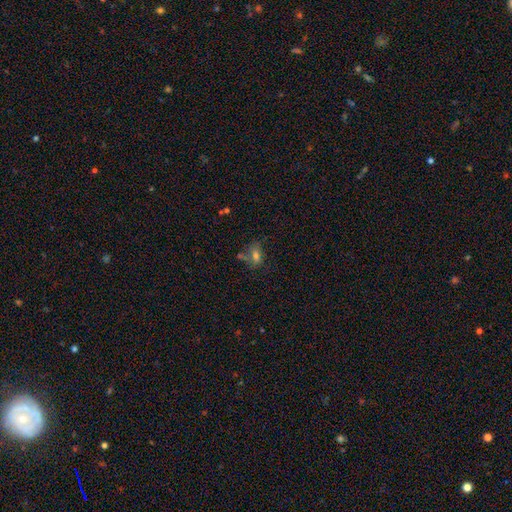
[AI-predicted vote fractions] Overall: smooth (55%; star or artifact 23%). How rounded: in between (75%). Merging: none (50%; minor disturbance 20%).